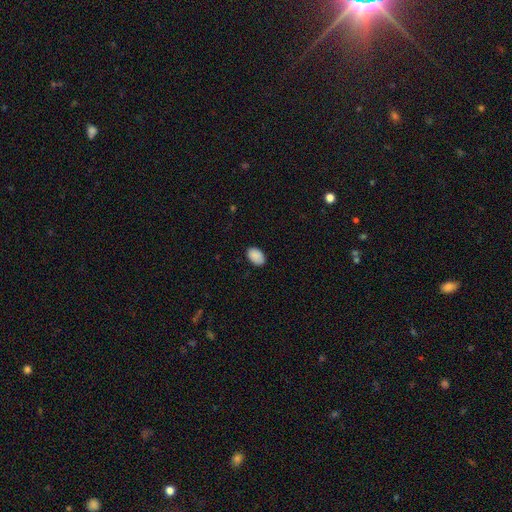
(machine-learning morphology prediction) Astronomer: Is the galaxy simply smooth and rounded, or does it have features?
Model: smooth — 90%.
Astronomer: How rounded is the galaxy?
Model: in between — 89%.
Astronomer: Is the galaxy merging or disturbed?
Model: none — 87%.